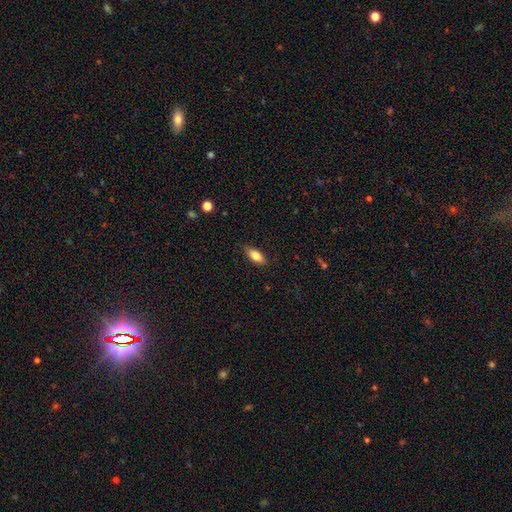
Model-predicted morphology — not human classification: This is likely a smooth galaxy (75%). How rounded: clearly in between (80%). Merging: clearly none (84%).